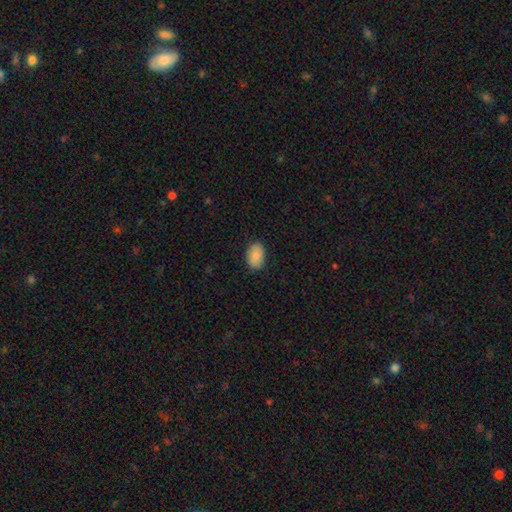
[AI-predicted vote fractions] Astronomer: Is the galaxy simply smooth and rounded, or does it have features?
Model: smooth — 87%.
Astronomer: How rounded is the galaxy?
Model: in between — 88%.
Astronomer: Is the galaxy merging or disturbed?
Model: none — 87%.